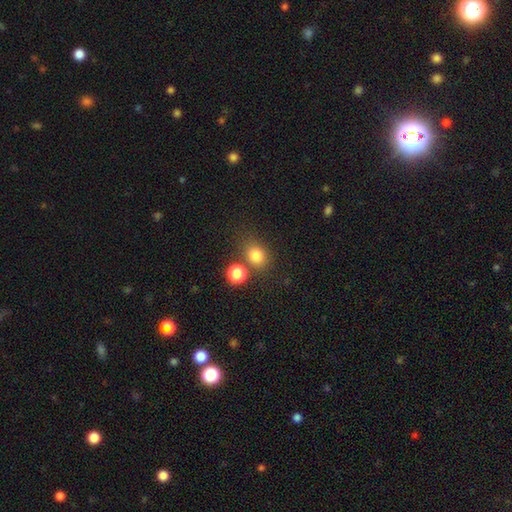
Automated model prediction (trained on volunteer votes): This appears to be a smooth galaxy with no disk features (80%) that is round (65%). Merging: none (68%).